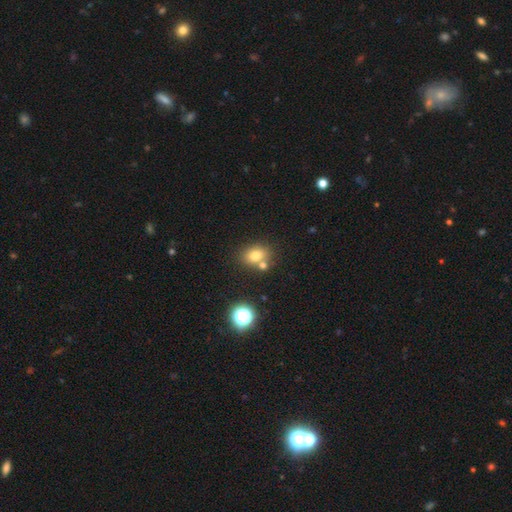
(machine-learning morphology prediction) A smooth galaxy with no disk features (75%) that is in between round and cigar-shaped (55%).

Vote fractions:
- Smooth or featured? smooth: 75% / star or artifact: 14% / featured or disk: 11%
- How rounded? in between: 55% / round: 44% / cigar-shaped: 1%
- Merging? none: 61% / merger: 24% / minor disturbance: 12% / major disturbance: 4%